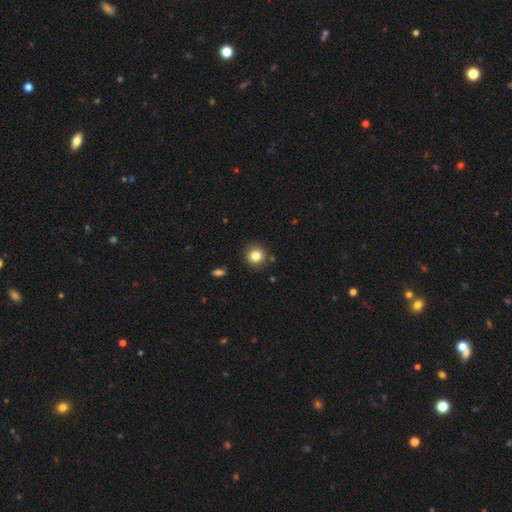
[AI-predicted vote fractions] Smooth or featured? Predicted: smooth (p=0.82). How rounded? Predicted: round (p=0.93). Merging? Predicted: none (p=0.89).